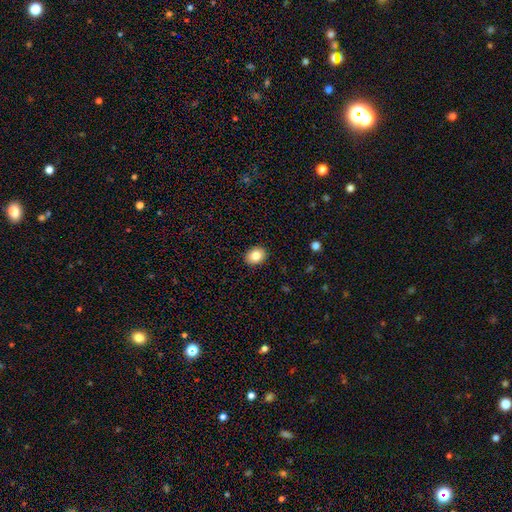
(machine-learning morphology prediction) The model was most divided on "how rounded": round: 53%, in between: 46%, cigar-shaped: 1%. More confident: merging — none (91%); smooth or featured — smooth (81%).